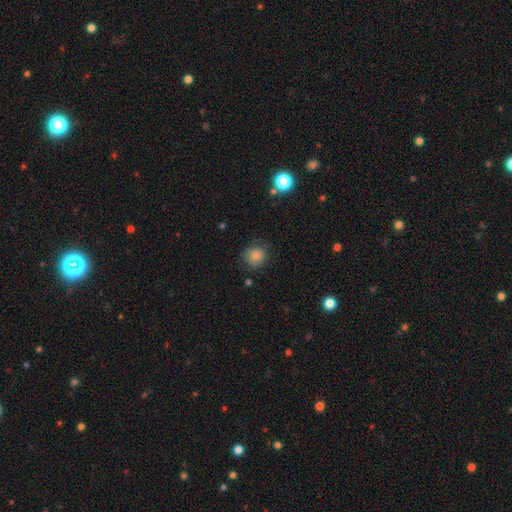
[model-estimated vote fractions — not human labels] Smooth or featured? smooth (83%)
How rounded? round (85%)
Merging? none (73%)